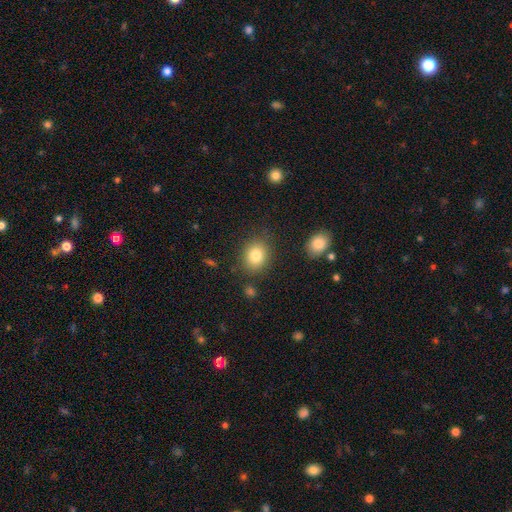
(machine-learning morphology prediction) A smooth galaxy with no disk features (82%) that is round (62%). Merging: none (83%).